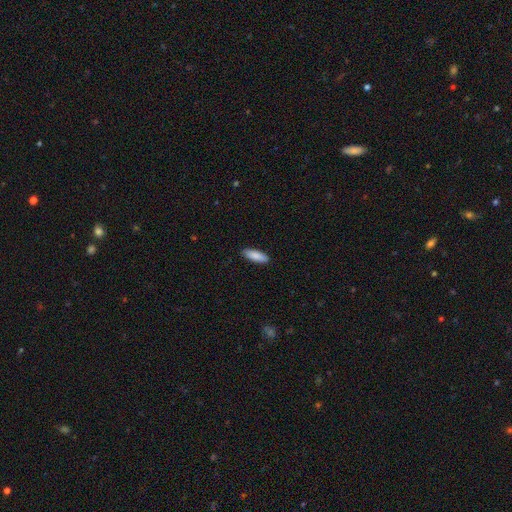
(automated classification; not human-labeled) Morphology: type=smooth (87%); roundness=in between (54%); merging=none (89%).